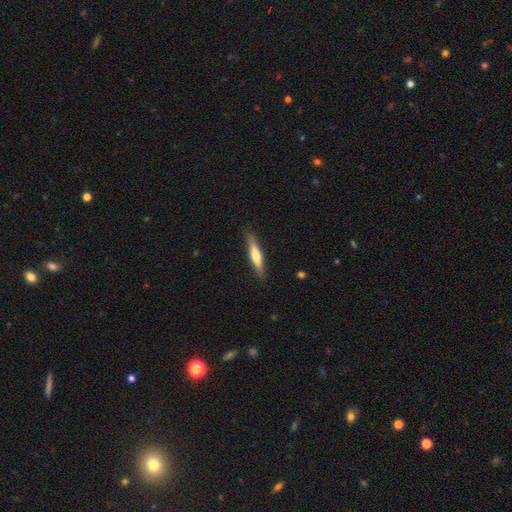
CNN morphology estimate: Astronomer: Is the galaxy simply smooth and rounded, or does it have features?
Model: smooth — 57% (runner-up: featured or disk, 37%).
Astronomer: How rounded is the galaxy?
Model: cigar-shaped — 85%.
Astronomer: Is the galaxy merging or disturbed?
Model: none — 85%.